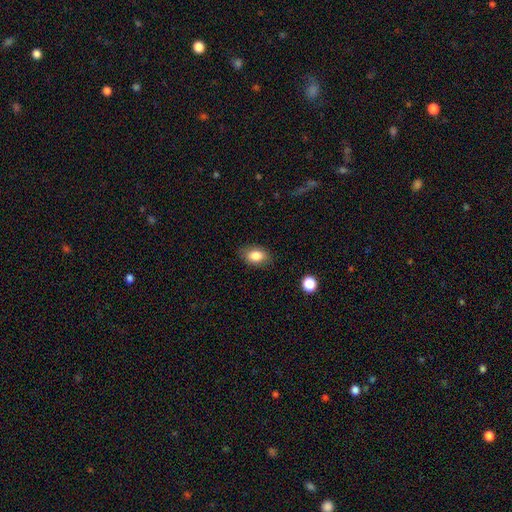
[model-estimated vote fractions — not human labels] Overall: smooth (84%). How rounded: in between (84%). Merging: none (82%).